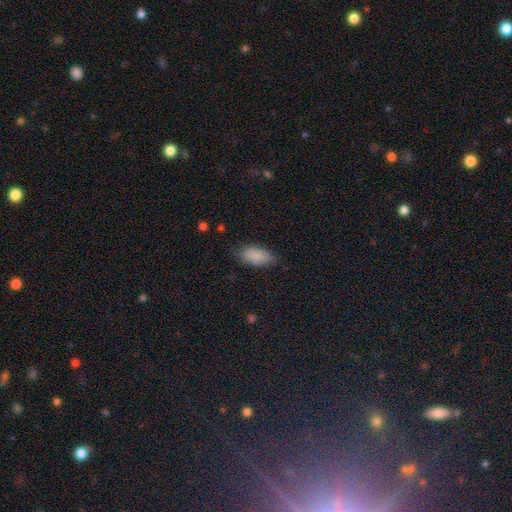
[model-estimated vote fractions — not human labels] This is clearly a smooth galaxy (87%). How rounded: clearly in between (90%). Merging: likely none (71%).